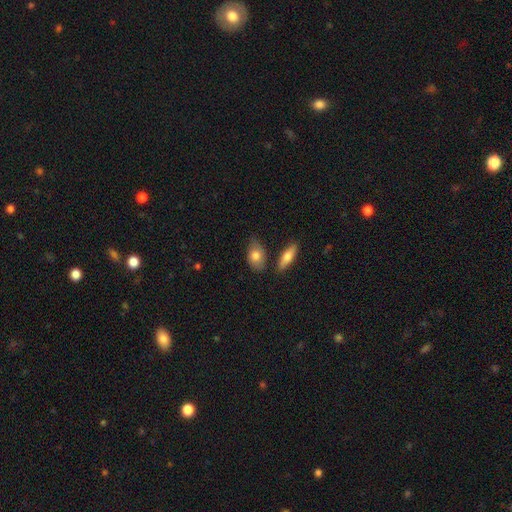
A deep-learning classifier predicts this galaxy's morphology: This is likely a smooth galaxy (78%). How rounded: clearly in between (83%). Merging: likely none (67%).